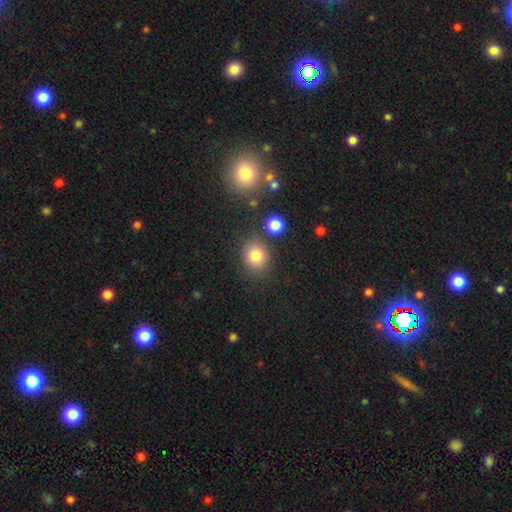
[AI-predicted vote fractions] This appears to be a smooth galaxy with no disk features (79%) that is round (74%). Merging: none (80%).